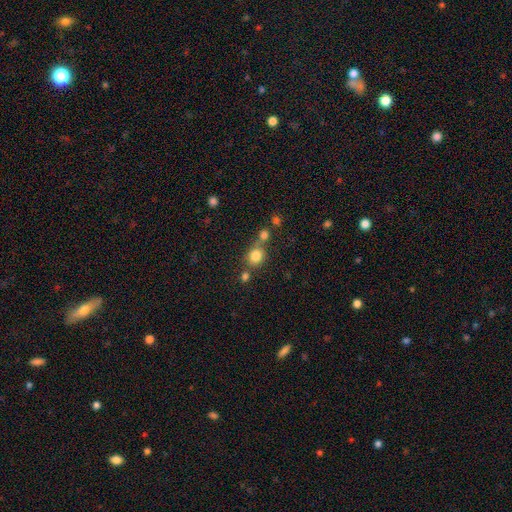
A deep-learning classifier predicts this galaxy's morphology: A smooth galaxy with no disk features (81%) that is round (76%). Merging: none (53%).